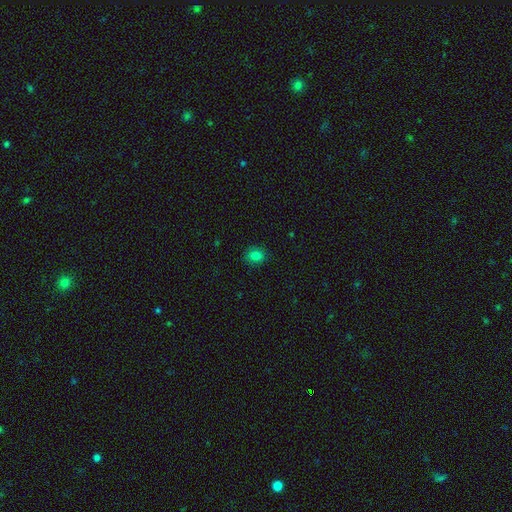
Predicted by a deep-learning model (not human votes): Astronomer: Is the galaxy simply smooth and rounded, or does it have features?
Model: smooth — 81%.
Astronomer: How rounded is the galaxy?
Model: round — 63%.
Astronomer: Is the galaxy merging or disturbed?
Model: none — 87%.